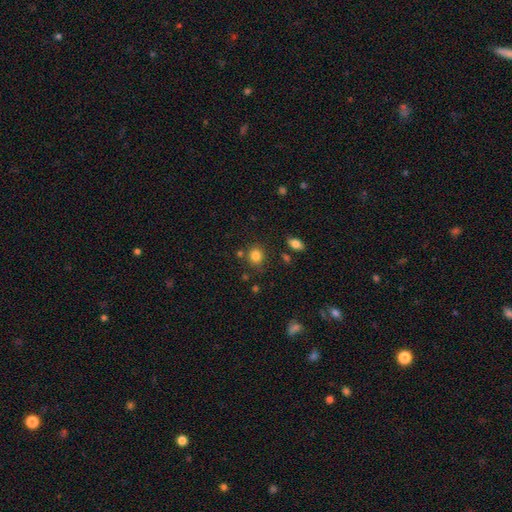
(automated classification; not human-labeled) A smooth galaxy with no disk features (83%) that is round (71%). Merging: none (77%).